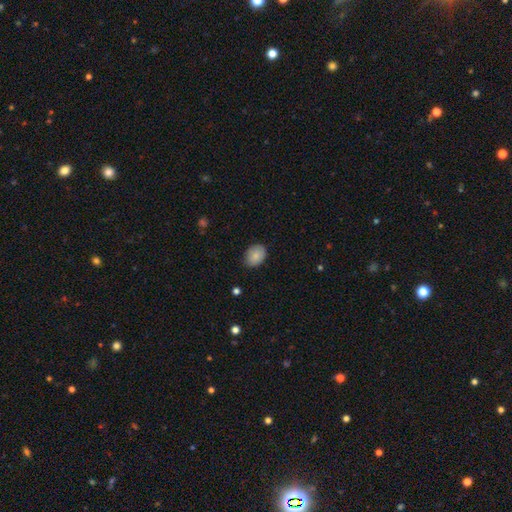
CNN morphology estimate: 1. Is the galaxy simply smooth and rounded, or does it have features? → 85% smooth, 8% featured or disk, 7% star or artifact.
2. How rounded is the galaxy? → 74% in between, 25% round, 1% cigar-shaped.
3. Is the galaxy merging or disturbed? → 82% none, 15% minor disturbance, 3% major disturbance, 1% merger.